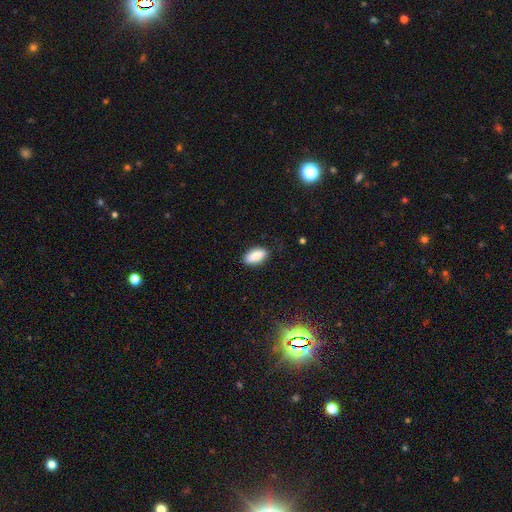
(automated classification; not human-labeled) Morphology: type=smooth (86%); roundness=in between (89%); merging=none (81%).